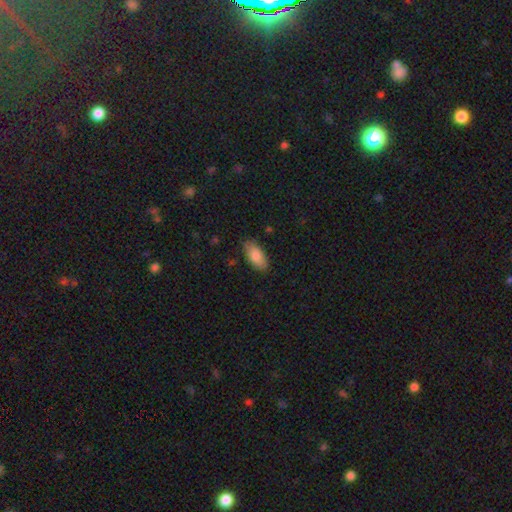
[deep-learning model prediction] smooth 84%, featured or disk 9%, star or artifact 6%. Down the decision tree: how rounded — in between (88%); merging — none (83%).